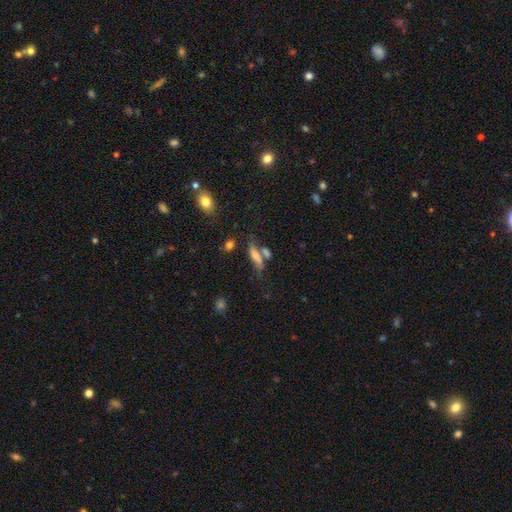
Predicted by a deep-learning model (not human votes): Smooth or featured? Predicted: smooth (p=0.58). How rounded? Predicted: cigar-shaped (p=0.63). Merging? Predicted: none (p=0.45).